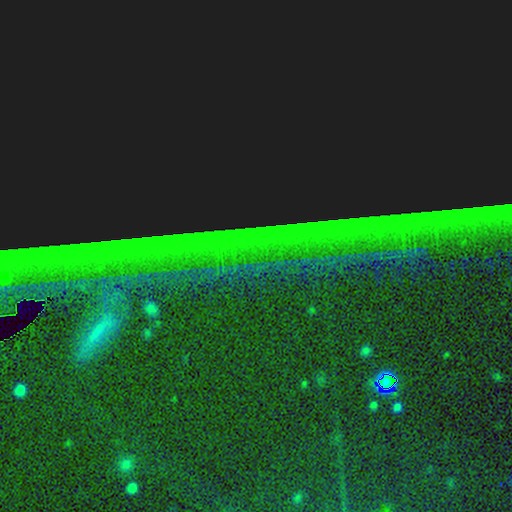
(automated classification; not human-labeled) A star or artifact, not a galaxy (88%).

Vote fractions:
- Smooth or featured? star or artifact: 88% / featured or disk: 6% / smooth: 6%